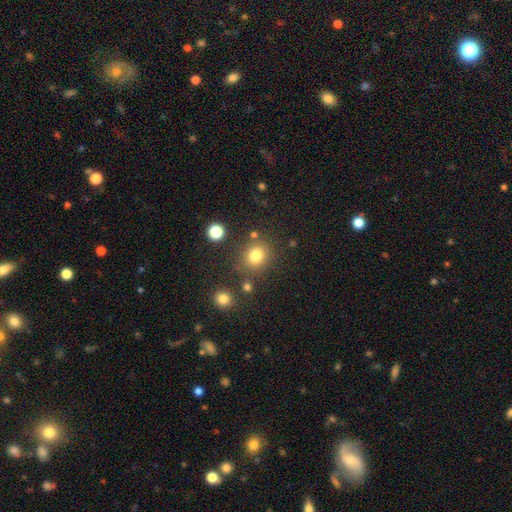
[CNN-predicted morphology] type=smooth (79%); roundness=round (79%); merging=none (80%).